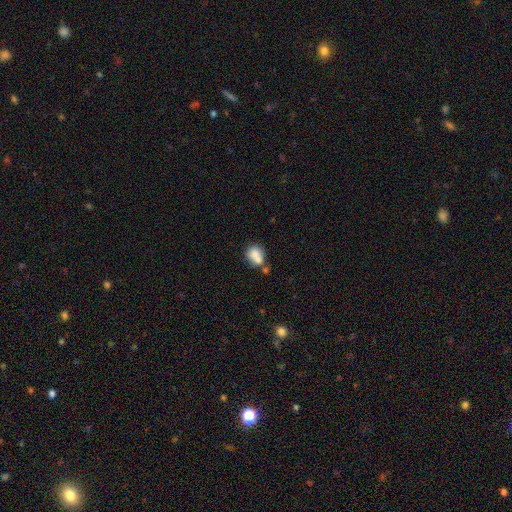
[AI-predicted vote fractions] Q: Smooth or featured?
A: smooth (77%); runner-up: featured or disk (14%)
Q: How rounded?
A: in between (50%); runner-up: round (49%)
Q: Merging?
A: merger (41%); runner-up: none (38%)